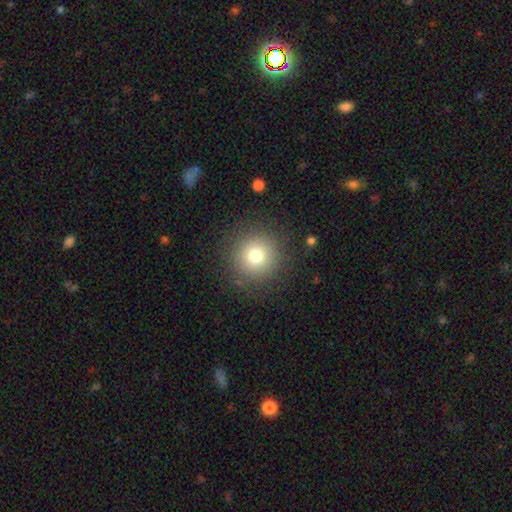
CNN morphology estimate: A smooth galaxy with no disk features (78%) that is round (95%). Merging: none (88%).